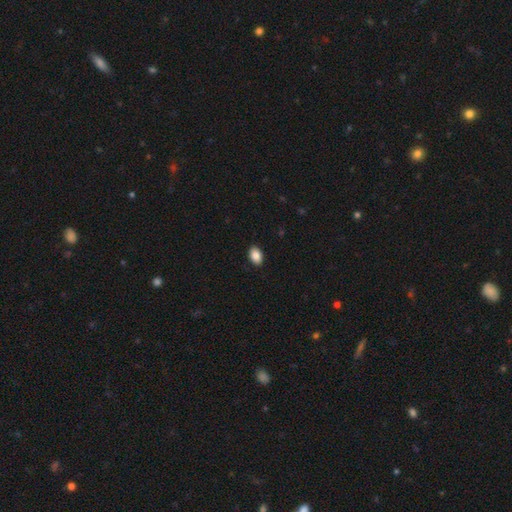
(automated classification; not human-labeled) Smooth or featured? smooth (88%)
How rounded? in between (88%)
Merging? none (90%)